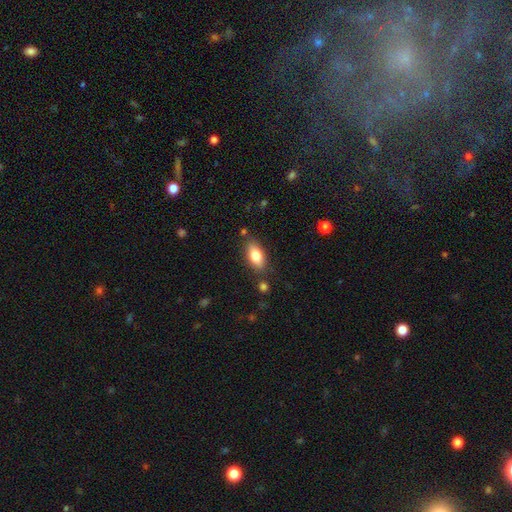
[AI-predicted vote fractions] This is likely a smooth galaxy (79%). How rounded: clearly in between (88%). Merging: clearly none (80%).